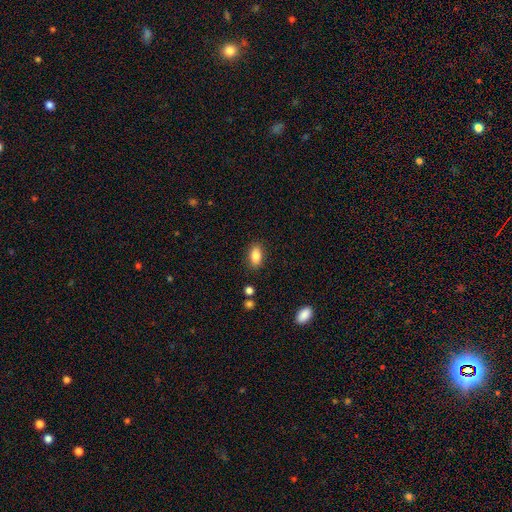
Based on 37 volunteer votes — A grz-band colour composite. It shows a smooth galaxy with no disk features (95%) that is in between round and cigar-shaped (77%). Merging: none (89%).